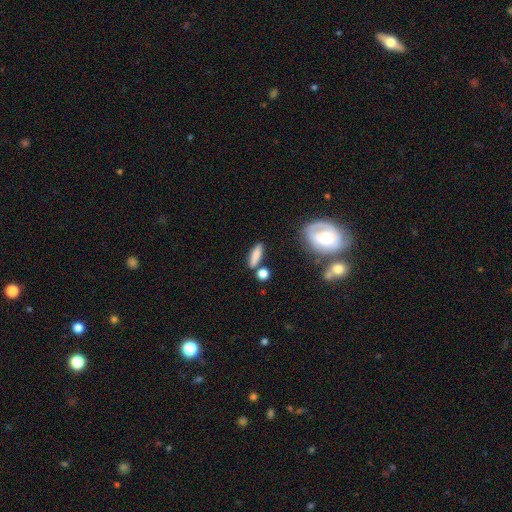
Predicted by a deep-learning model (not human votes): smooth_or_featured: smooth (p=0.77) [alt: featured or disk p=0.15]
how_rounded: cigar-shaped (p=0.55) [alt: in between p=0.40]
merging: none (p=0.71) [alt: minor disturbance p=0.14]